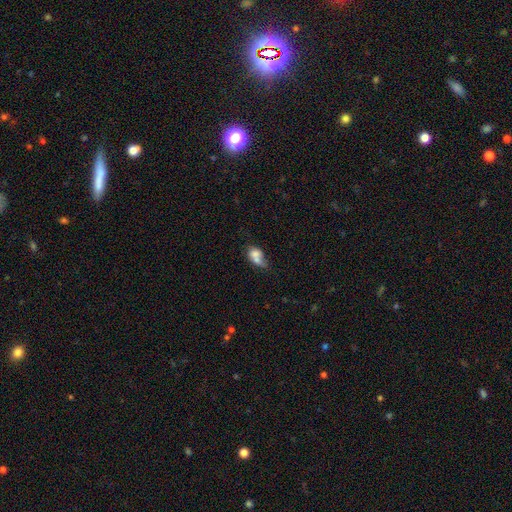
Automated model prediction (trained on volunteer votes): smooth 67%, featured or disk 23%, star or artifact 10%. Down the decision tree: how rounded — in between (73%); merging — merger (49%).